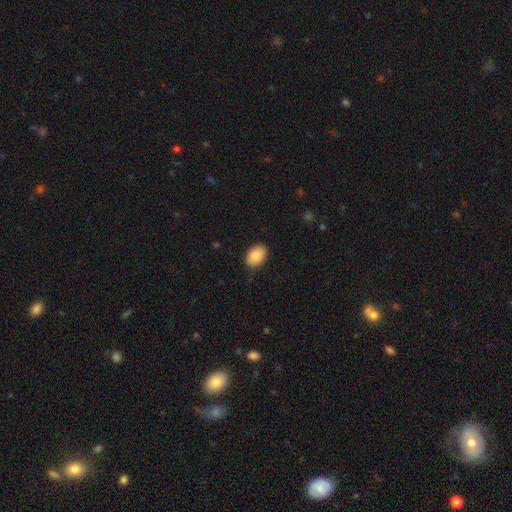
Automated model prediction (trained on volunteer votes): smooth 90%, star or artifact 7%, featured or disk 4%. Down the decision tree: how rounded — in between (84%); merging — none (82%).